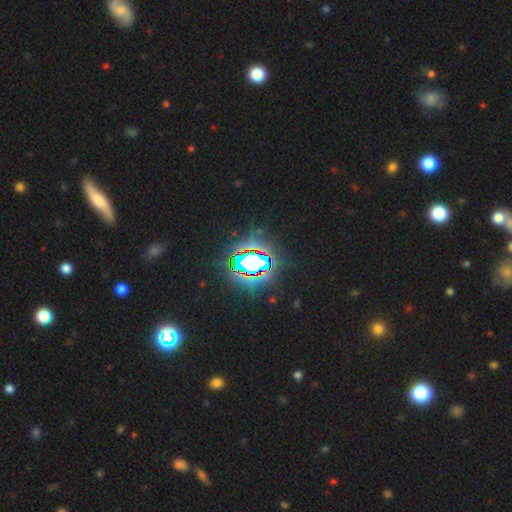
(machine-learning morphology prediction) Smooth or featured? Predicted: star or artifact (p=0.80).